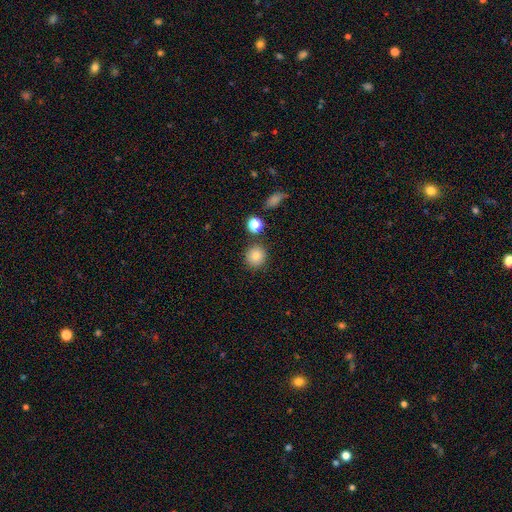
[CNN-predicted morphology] type=smooth (80%); roundness=round (91%); merging=none (84%).